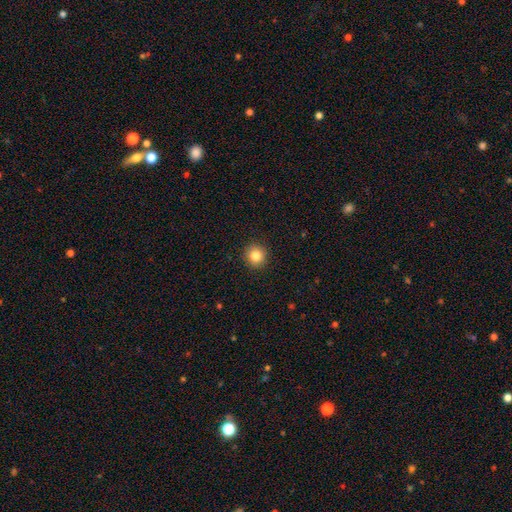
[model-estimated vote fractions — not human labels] Smooth or featured?
  - smooth: 83% *
  - star or artifact: 11%
  - featured or disk: 6%
How rounded?
  - round: 93% *
  - in between: 6%
  - cigar-shaped: 1%
Merging?
  - none: 92% *
  - minor disturbance: 5%
  - major disturbance: 2%
  - merger: 1%